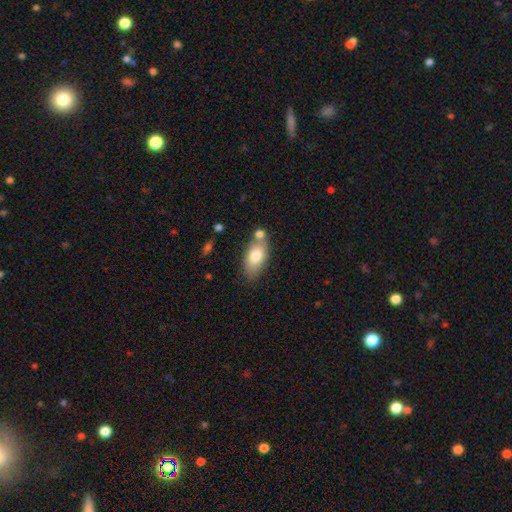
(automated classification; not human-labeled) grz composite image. It shows a smooth galaxy with no disk features (76%) that is in between round and cigar-shaped (89%). Merging: none (66%).